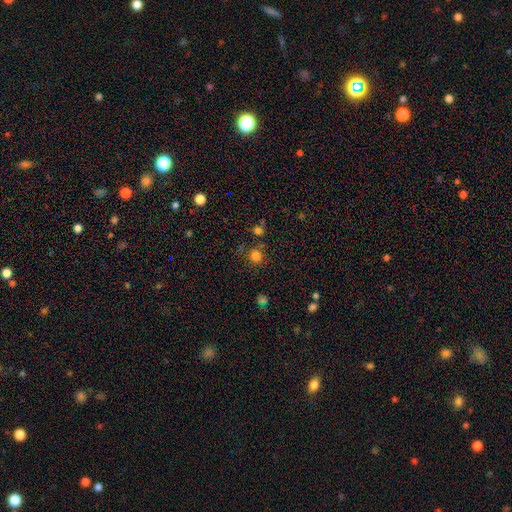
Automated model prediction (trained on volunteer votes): smooth 77%, star or artifact 18%, featured or disk 5%. Down the decision tree: how rounded — round (82%); merging — none (75%).